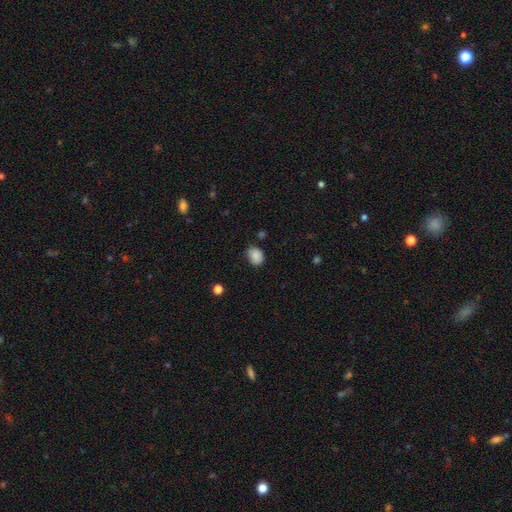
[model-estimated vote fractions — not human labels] This is clearly a smooth galaxy (86%). How rounded: possibly in between (52%). Merging: likely none (70%).